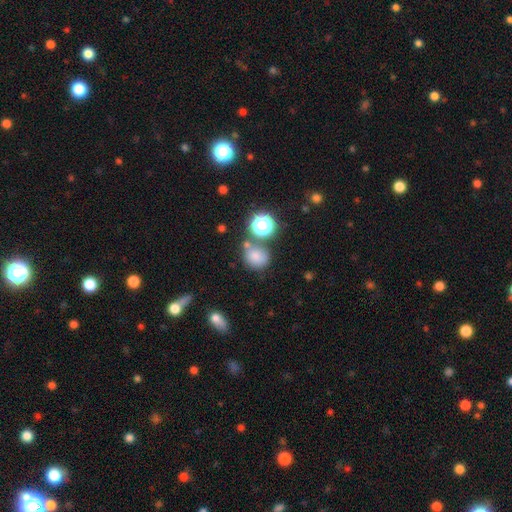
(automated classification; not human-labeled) Smooth or featured? smooth (74%)
How rounded? round (76%)
Merging? none (60%)